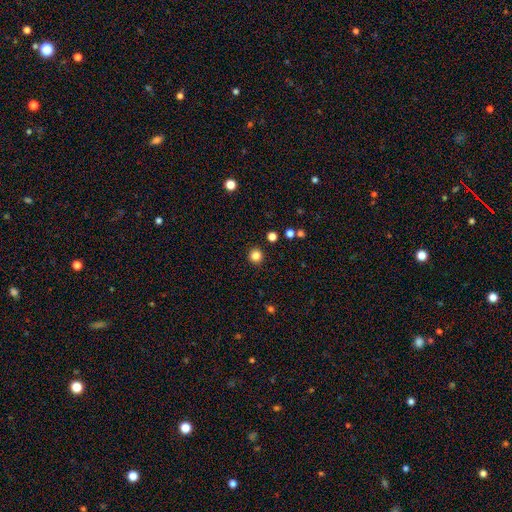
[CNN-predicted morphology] This appears to be a smooth galaxy with no disk features (83%) that is round (95%). Merging: none (92%).